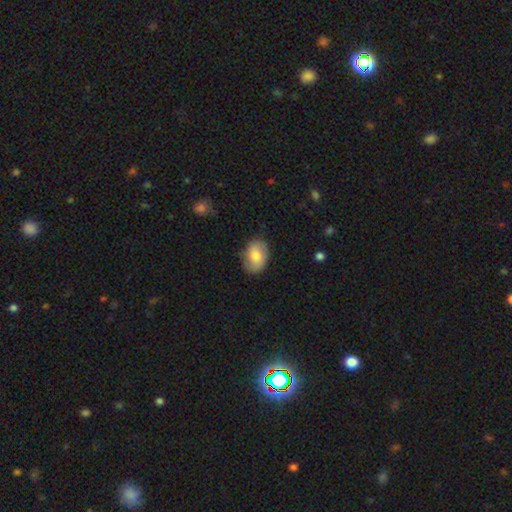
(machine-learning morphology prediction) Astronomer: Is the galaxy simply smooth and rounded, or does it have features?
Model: smooth — 67%.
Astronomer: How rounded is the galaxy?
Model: in between — 73%.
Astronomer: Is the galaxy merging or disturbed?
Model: none — 80%.